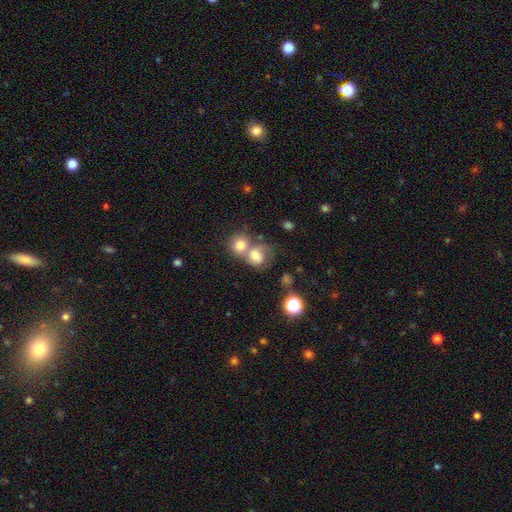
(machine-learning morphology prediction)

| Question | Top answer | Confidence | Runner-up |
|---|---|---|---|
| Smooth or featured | smooth | 66% | featured or disk (22%) |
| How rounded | round | 69% | in between (30%) |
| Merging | merger | 59% | none (24%) |